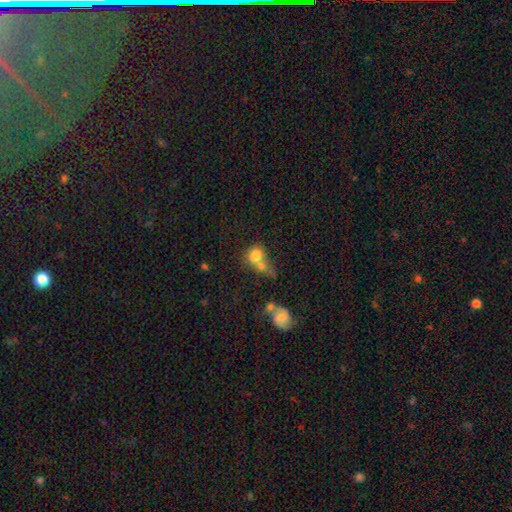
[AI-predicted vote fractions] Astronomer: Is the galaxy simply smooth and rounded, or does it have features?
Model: smooth — 75%.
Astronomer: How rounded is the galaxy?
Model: round — 70%.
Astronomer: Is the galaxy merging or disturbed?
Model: merger — 56%.